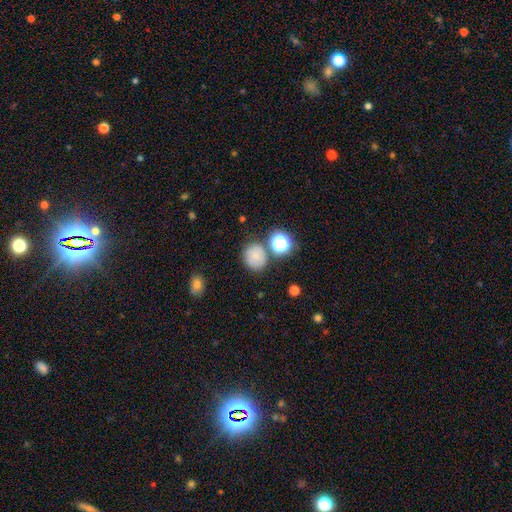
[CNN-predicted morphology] This is likely a smooth galaxy (73%). How rounded: clearly round (82%). Merging: likely none (71%).